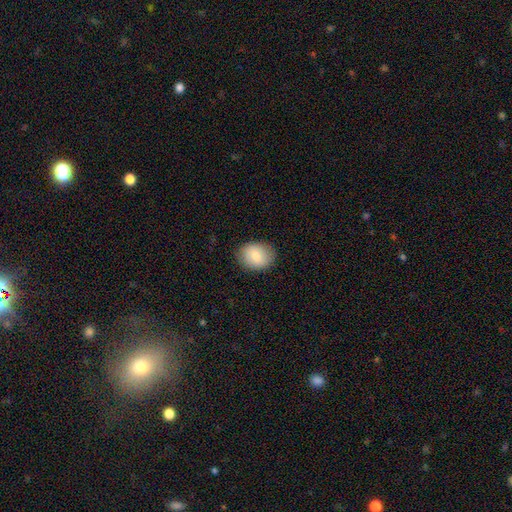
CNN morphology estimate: A smooth galaxy with no disk features (78%) that is in between round and cigar-shaped (55%). Merging: none (85%).